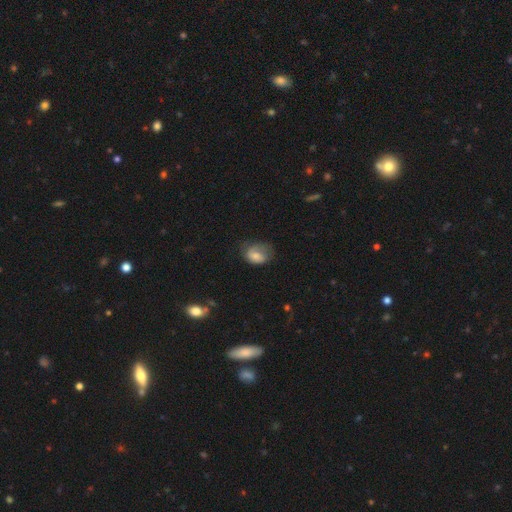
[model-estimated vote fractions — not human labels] A smooth galaxy with no disk features (70%) that is in between round and cigar-shaped (75%).

Vote fractions:
- Smooth or featured? smooth: 70% / featured or disk: 21% / star or artifact: 8%
- How rounded? in between: 75% / round: 24% / cigar-shaped: 1%
- Merging? none: 35% / minor disturbance: 34% / major disturbance: 29% / merger: 2%